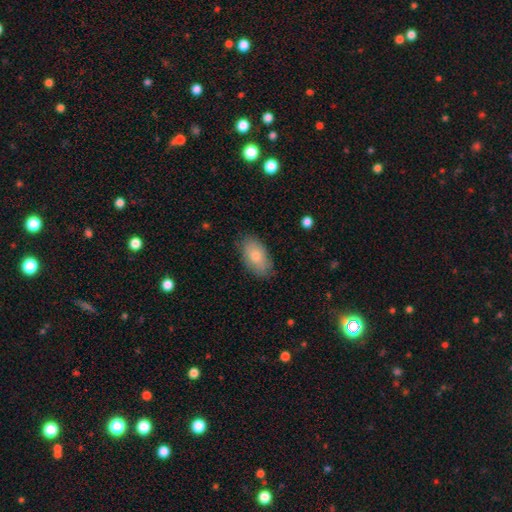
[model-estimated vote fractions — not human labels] Overall: smooth (79%). How rounded: in between (93%). Merging: none (80%).